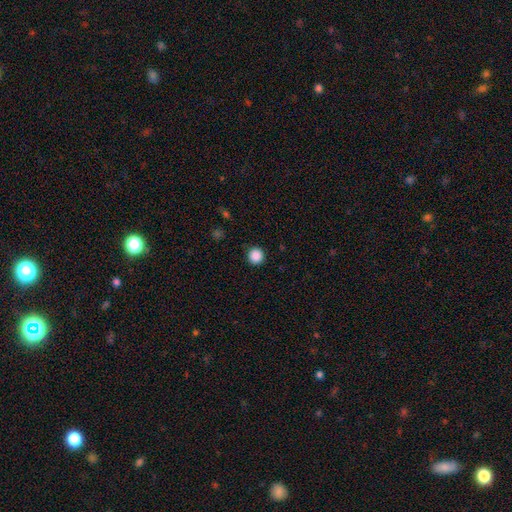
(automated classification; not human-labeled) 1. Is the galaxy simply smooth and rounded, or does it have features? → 88% smooth, 10% star or artifact, 2% featured or disk.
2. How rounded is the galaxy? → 95% round, 4% in between, 1% cigar-shaped.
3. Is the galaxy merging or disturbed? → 92% none, 5% minor disturbance, 2% major disturbance, 1% merger.